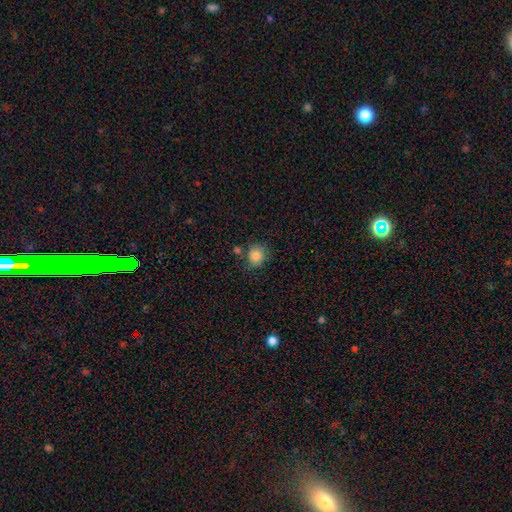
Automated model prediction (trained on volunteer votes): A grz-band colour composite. It shows a smooth galaxy with no disk features (85%) that is round (66%). Merging: none (70%).